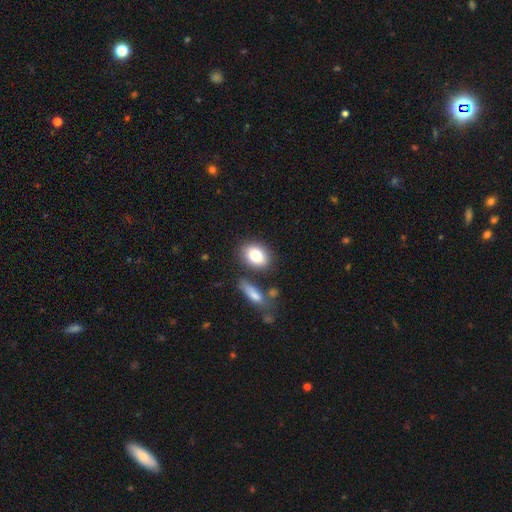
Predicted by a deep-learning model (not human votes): Smooth or featured: smooth — 80% (featured or disk — 12%)
How rounded: in between — 70% (round — 28%)
Merging: none — 72% (minor disturbance — 14%)